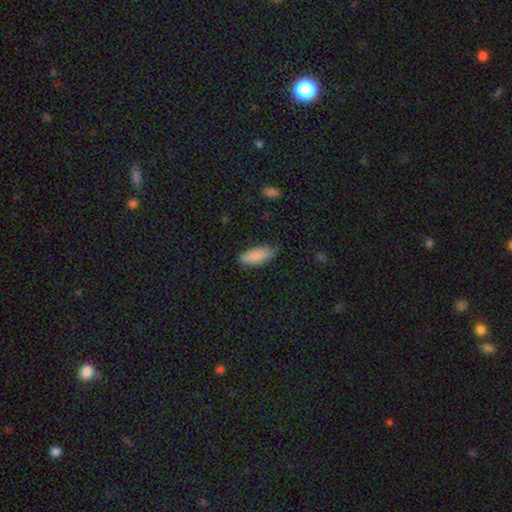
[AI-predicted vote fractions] Smooth or featured? Predicted: smooth (p=0.86). How rounded? Predicted: in between (p=0.82). Merging? Predicted: none (p=0.67).